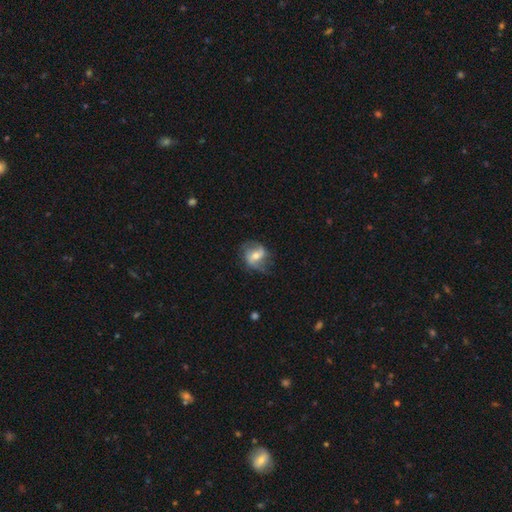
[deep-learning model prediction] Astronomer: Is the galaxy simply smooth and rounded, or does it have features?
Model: featured or disk — 61%.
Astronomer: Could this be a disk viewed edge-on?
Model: no — 95%.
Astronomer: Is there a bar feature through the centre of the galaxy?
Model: weak — 43% (runner-up: strong, 33%).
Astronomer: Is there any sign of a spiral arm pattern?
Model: yes — 79%.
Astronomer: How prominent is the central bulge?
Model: moderate — 63%.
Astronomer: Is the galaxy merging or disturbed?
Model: none — 69%.